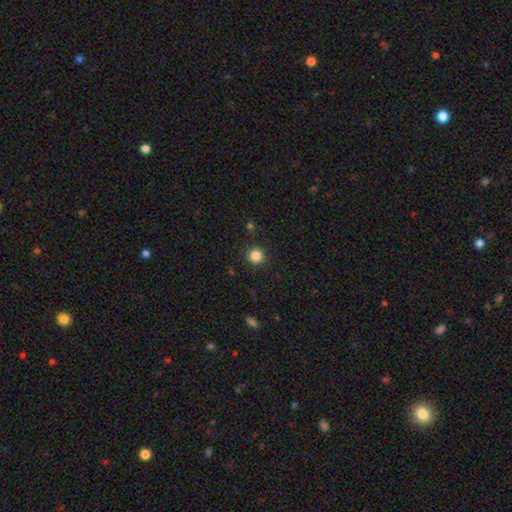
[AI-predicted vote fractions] Smooth or featured? smooth (84%)
How rounded? round (95%)
Merging? none (91%)